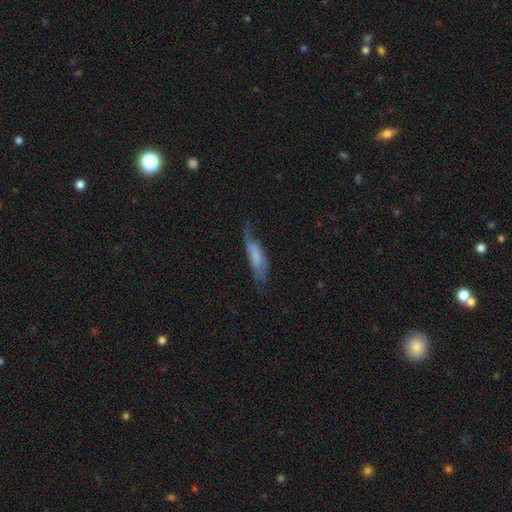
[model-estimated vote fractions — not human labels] Q: Smooth or featured?
A: smooth (50%); runner-up: featured or disk (43%)
Q: Merging?
A: none (41%); runner-up: minor disturbance (31%)